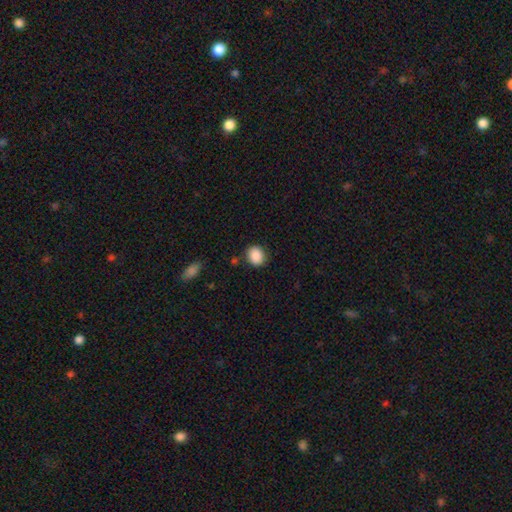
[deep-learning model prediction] Smooth or featured? smooth (88%)
How rounded? round (67%)
Merging? none (83%)